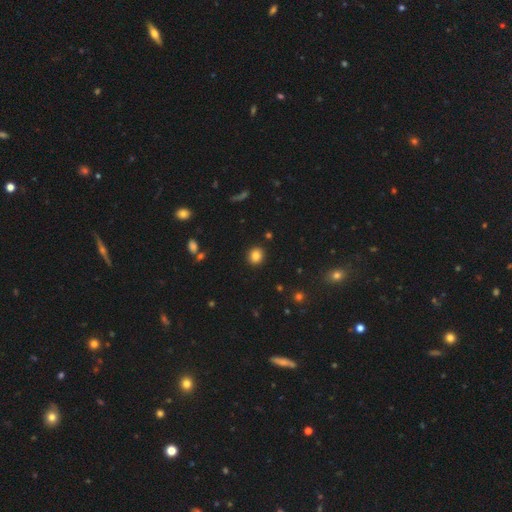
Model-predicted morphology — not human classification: The model was most divided on "how rounded": round: 81%, in between: 18%, cigar-shaped: 1%. More confident: merging — none (91%); smooth or featured — smooth (84%).